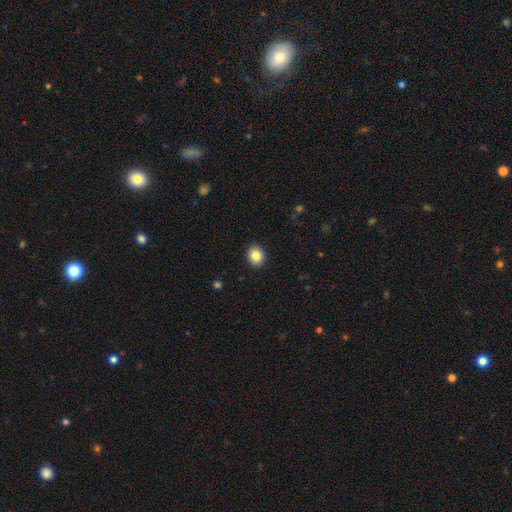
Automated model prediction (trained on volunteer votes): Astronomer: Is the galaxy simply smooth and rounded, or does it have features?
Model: smooth — 85%.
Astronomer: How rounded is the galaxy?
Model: round — 64%.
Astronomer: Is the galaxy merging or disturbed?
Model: none — 92%.